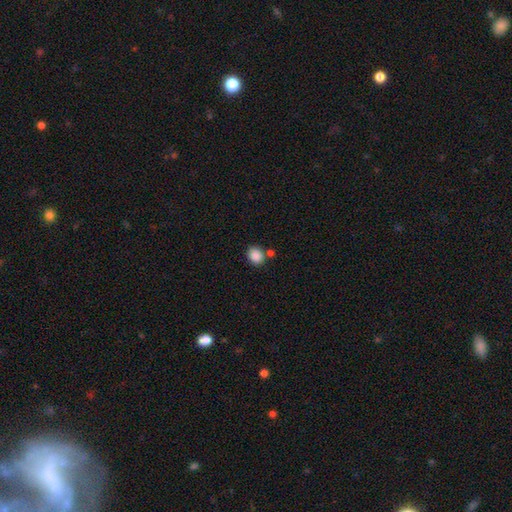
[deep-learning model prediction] A smooth galaxy with no disk features (88%) that is round (64%). Merging: none (72%).